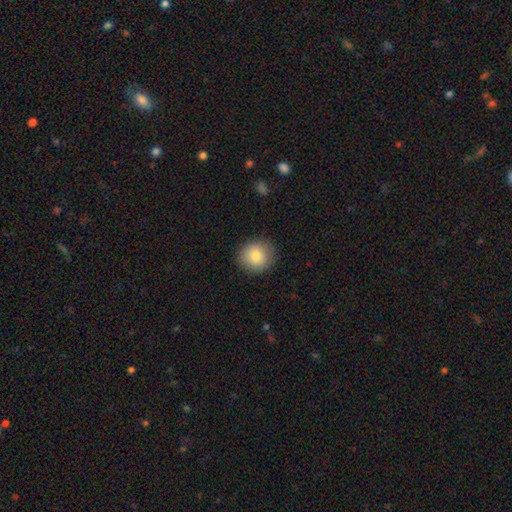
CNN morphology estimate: Overall: smooth (81%). How rounded: round (87%). Merging: none (88%).